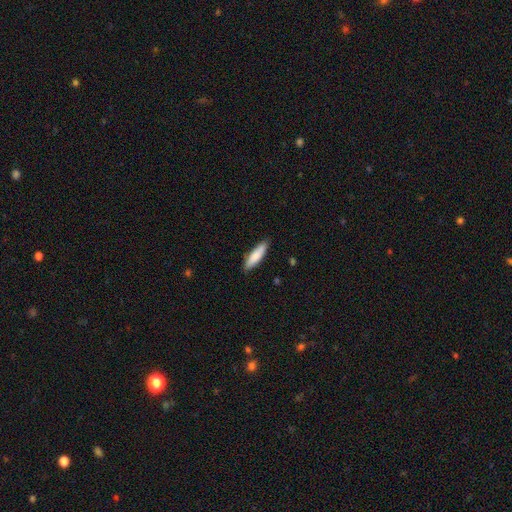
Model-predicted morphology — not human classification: Smooth or featured?
  - smooth: 82% *
  - featured or disk: 13%
  - star or artifact: 5%
How rounded?
  - cigar-shaped: 69% *
  - in between: 30%
  - round: 1%
Merging?
  - none: 88% *
  - minor disturbance: 9%
  - major disturbance: 2%
  - merger: 1%